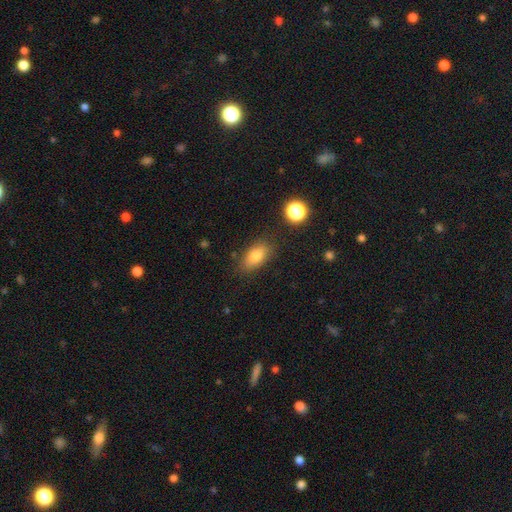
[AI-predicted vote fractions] A smooth galaxy with no disk features (80%) that is in between round and cigar-shaped (84%). Merging: none (80%).